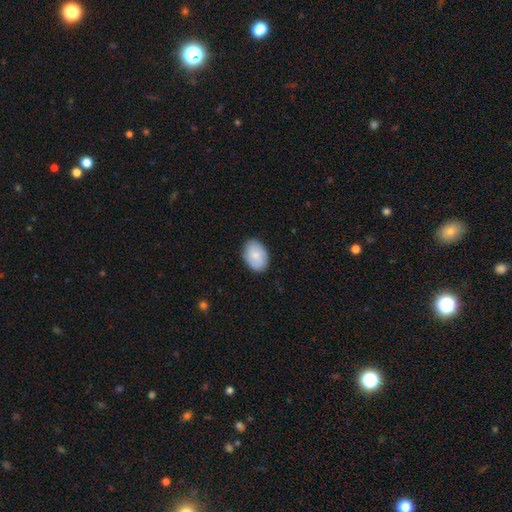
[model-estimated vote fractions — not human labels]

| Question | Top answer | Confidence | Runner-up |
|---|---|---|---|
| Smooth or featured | smooth | 80% | featured or disk (15%) |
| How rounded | in between | 86% | round (13%) |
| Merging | none | 86% | minor disturbance (11%) |